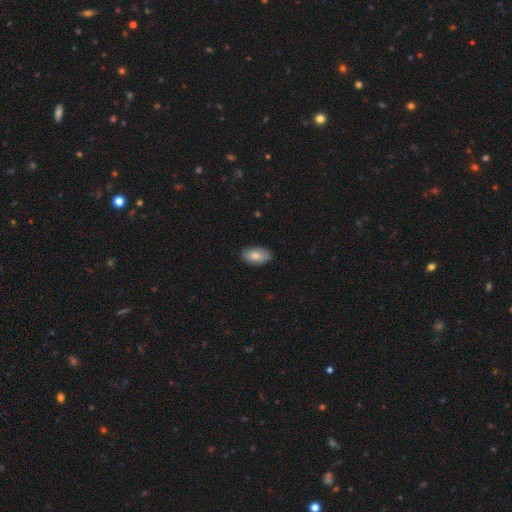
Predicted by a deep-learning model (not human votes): smooth_or_featured: smooth (p=0.83) [alt: featured or disk p=0.11]
how_rounded: in between (p=0.94) [alt: round p=0.04]
merging: none (p=0.86) [alt: minor disturbance p=0.11]